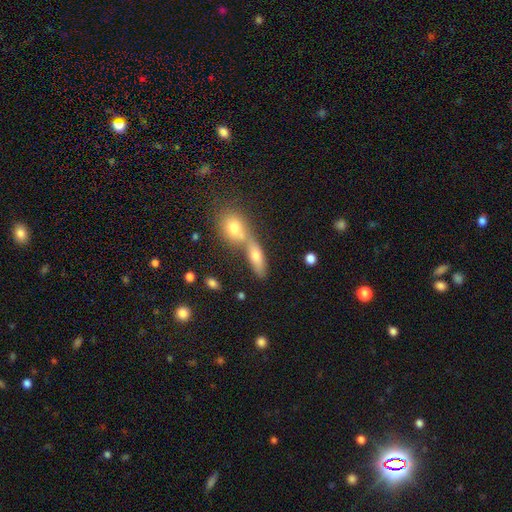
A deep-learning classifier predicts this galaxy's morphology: This is likely a smooth galaxy (70%). How rounded: likely in between (61%). Merging: possibly merger (50%).